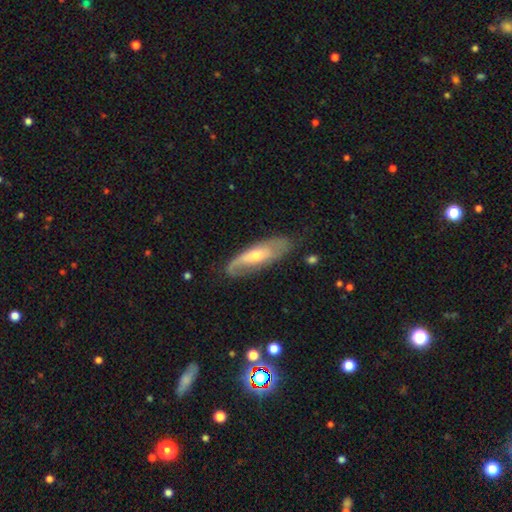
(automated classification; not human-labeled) Overall: featured or disk (67%; smooth 28%). Edge-on disk: no (78%). Bar: no (60%; weak 29%). Spiral arms: yes (81%). Bulge size: moderate (51%; small 43%). Merging: none (63%; minor disturbance 24%).